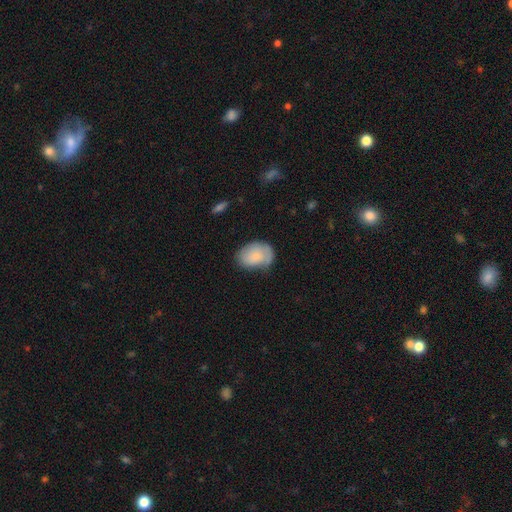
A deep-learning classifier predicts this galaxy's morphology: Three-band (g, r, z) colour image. It shows a smooth galaxy with no disk features (71%) that is in between round and cigar-shaped (77%). Merging: none (57%).